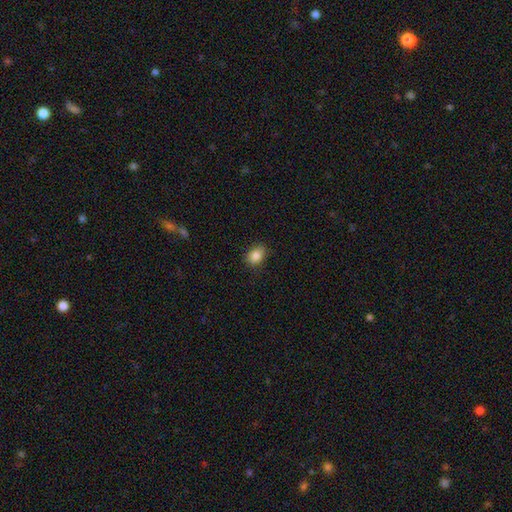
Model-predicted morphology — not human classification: Q: Smooth or featured?
A: smooth (86%); runner-up: star or artifact (9%)
Q: How rounded?
A: in between (72%); runner-up: round (27%)
Q: Merging?
A: none (83%); runner-up: minor disturbance (13%)